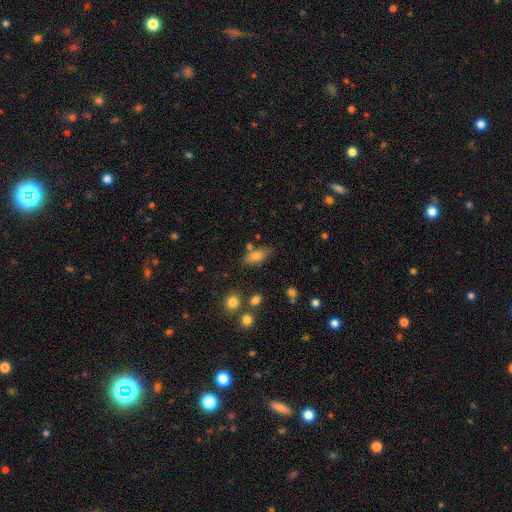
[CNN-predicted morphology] Smooth or featured? smooth (78%)
How rounded? in between (87%)
Merging? none (69%)